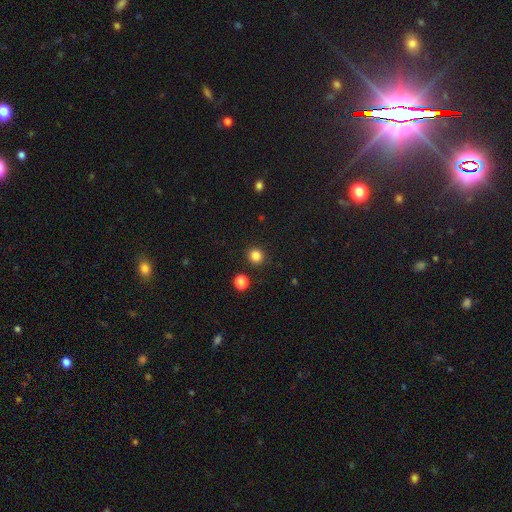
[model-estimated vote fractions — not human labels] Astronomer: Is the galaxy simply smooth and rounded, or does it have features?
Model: smooth — 84%.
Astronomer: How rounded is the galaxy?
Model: round — 92%.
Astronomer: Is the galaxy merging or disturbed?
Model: none — 91%.